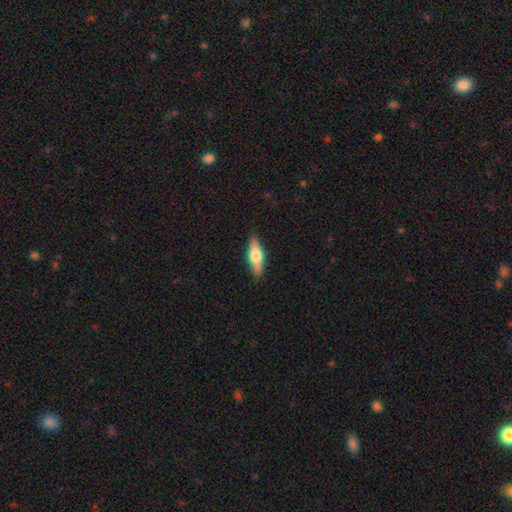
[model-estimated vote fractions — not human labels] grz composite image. It shows a featured or disk galaxy (51%) viewed edge-on (93%). Merging: none (89%).